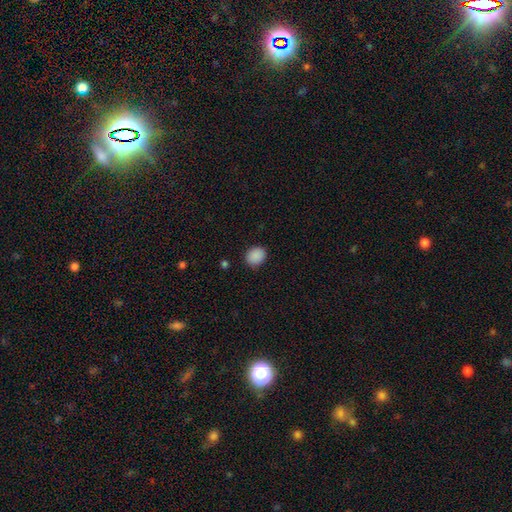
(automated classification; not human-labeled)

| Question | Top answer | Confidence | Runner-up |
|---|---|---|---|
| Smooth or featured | smooth | 89% | star or artifact (9%) |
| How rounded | round | 58% | in between (41%) |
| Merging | none | 87% | minor disturbance (10%) |